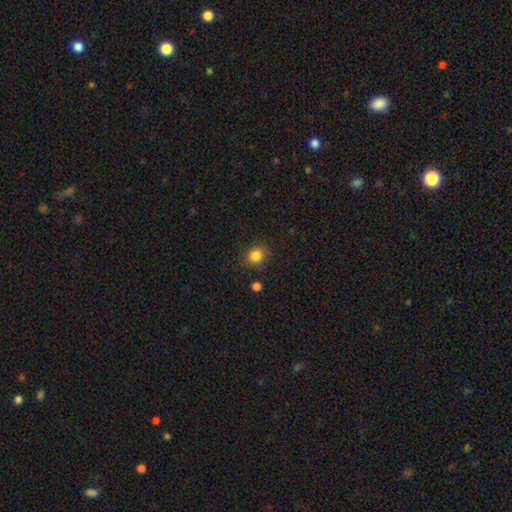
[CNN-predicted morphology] Overall: smooth (84%). How rounded: round (79%). Merging: none (86%).